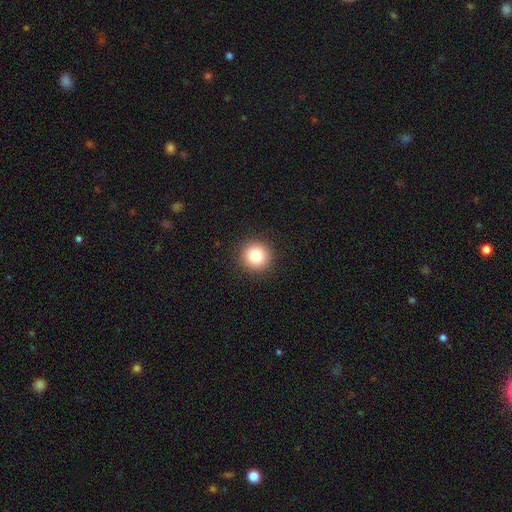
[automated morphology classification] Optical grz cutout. It shows a smooth galaxy with no disk features (86%) that is round (95%). Merging: none (91%).